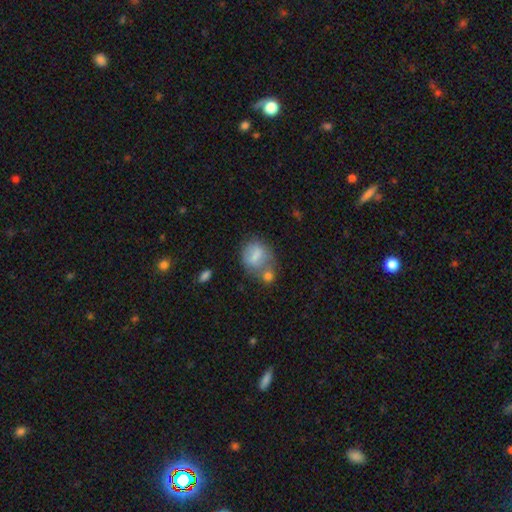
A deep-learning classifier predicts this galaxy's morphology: smooth_or_featured: smooth (p=0.67) [alt: featured or disk p=0.24]
how_rounded: round (p=0.52) [alt: in between p=0.45]
merging: none (p=0.36) [alt: merger p=0.35]